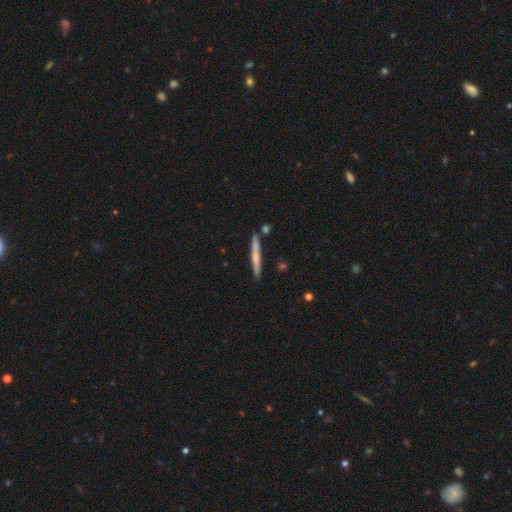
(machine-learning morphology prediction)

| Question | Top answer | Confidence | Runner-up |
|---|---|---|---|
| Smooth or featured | smooth | 55% | featured or disk (40%) |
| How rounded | cigar-shaped | 96% | in between (2%) |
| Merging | none | 87% | minor disturbance (8%) |